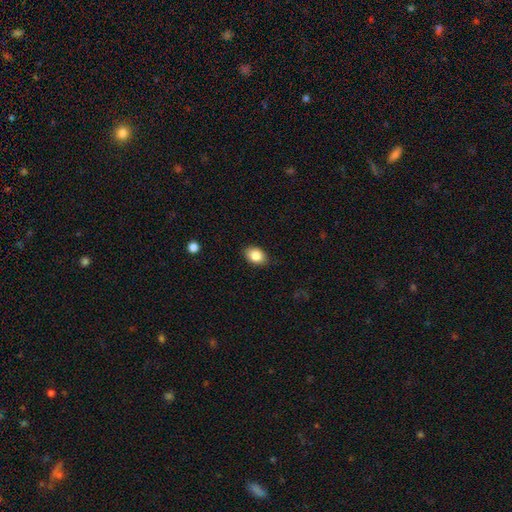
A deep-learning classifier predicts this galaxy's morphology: Q: Smooth or featured?
A: smooth (86%); runner-up: star or artifact (8%)
Q: How rounded?
A: in between (75%); runner-up: round (24%)
Q: Merging?
A: none (84%); runner-up: minor disturbance (12%)